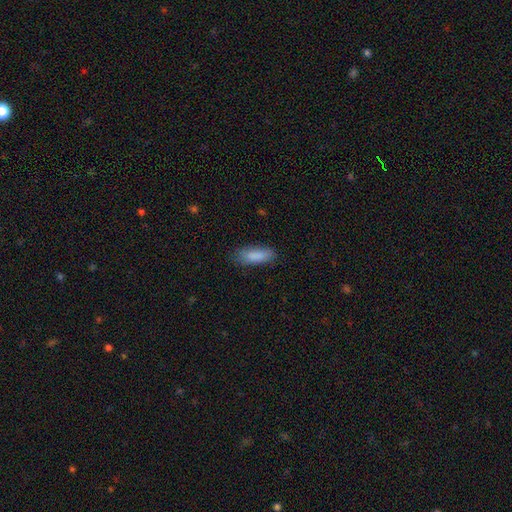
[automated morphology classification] Q: Smooth or featured?
A: smooth (86%); runner-up: featured or disk (7%)
Q: How rounded?
A: in between (68%); runner-up: cigar-shaped (30%)
Q: Merging?
A: none (75%); runner-up: minor disturbance (19%)